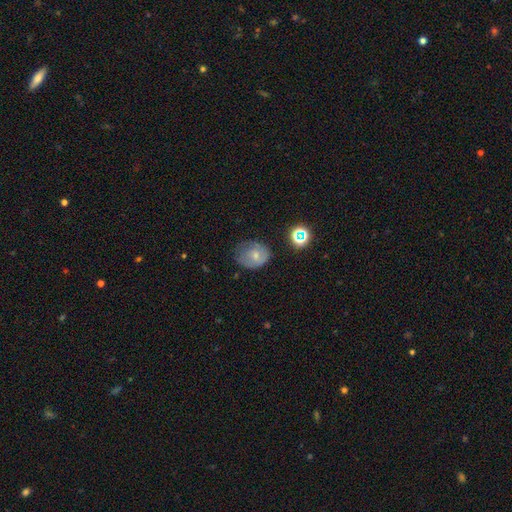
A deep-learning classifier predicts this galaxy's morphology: Q: Smooth or featured?
A: smooth (57%); runner-up: featured or disk (32%)
Q: How rounded?
A: round (58%); runner-up: in between (41%)
Q: Merging?
A: none (51%); runner-up: minor disturbance (33%)